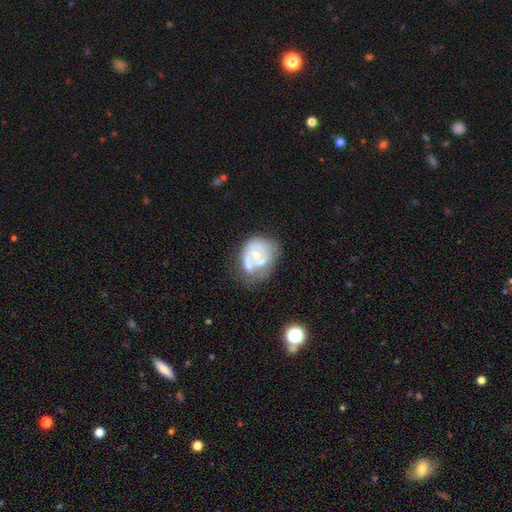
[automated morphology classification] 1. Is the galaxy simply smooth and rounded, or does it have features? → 59% featured or disk, 32% smooth, 8% star or artifact.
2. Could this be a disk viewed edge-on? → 98% no, 2% yes.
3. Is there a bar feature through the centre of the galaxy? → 86% no, 11% weak, 3% strong.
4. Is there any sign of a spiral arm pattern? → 67% no, 33% yes.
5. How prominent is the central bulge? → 48% small, 42% moderate, 6% none, 2% large, 1% dominant.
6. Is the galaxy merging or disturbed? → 35% none, 26% minor disturbance, 22% merger, 17% major disturbance.